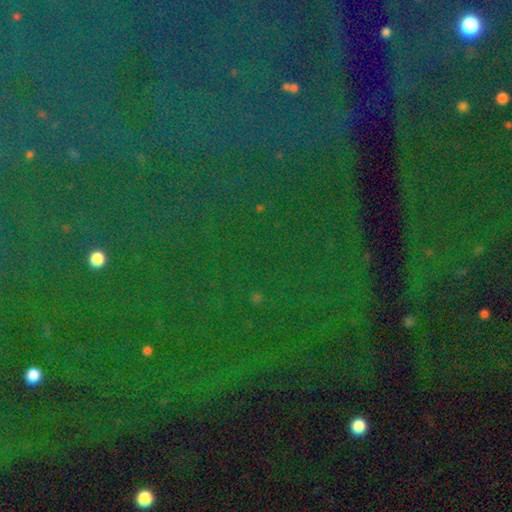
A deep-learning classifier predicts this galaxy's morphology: A star or artifact, not a galaxy (81%).